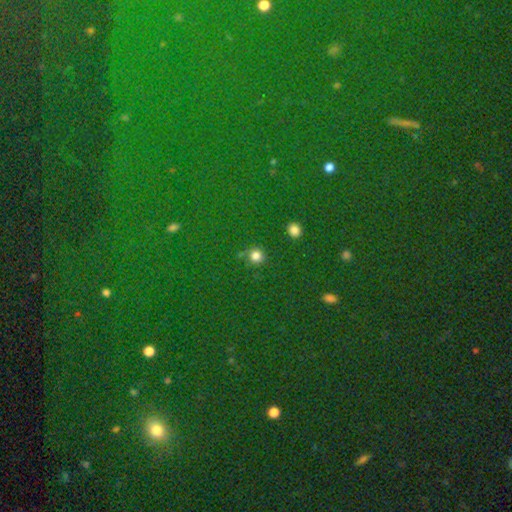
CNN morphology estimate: smooth-or-featured: smooth: 75% | star or artifact: 19% | featured or disk: 6%
  how-rounded: round: 91% | in between: 8% | cigar-shaped: 1%
  merging: none: 81% | minor disturbance: 9% | merger: 6% | major disturbance: 4%